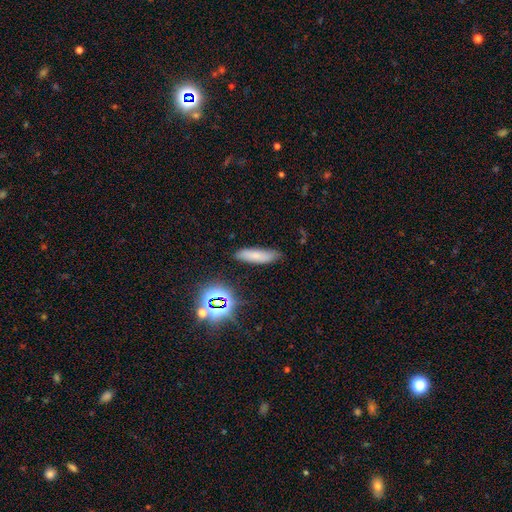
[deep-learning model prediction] This is likely a smooth galaxy (72%). How rounded: likely cigar-shaped (62%). Merging: clearly none (81%).